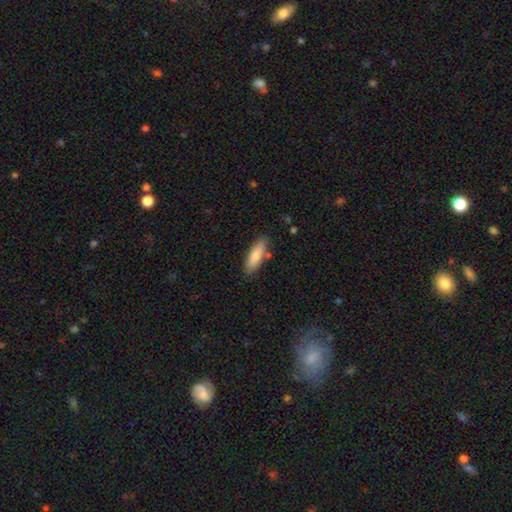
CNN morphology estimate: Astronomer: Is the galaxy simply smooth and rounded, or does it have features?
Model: smooth — 82%.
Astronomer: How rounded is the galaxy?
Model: cigar-shaped — 50% (runner-up: in between, 48%).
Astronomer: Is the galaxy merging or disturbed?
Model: none — 80%.